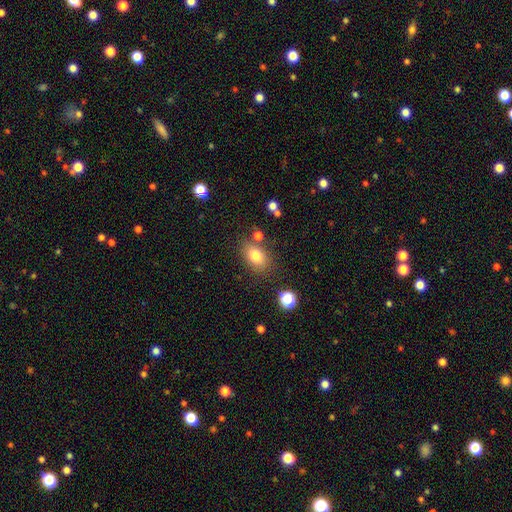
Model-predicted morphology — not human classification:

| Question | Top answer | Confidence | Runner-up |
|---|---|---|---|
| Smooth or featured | smooth | 79% | featured or disk (10%) |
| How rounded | in between | 79% | round (19%) |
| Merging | none | 74% | minor disturbance (14%) |